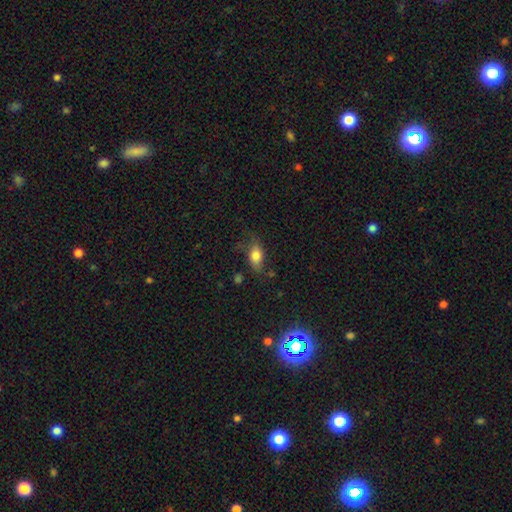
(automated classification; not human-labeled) A smooth galaxy with no disk features (73%) that is in between round and cigar-shaped (83%).

Vote fractions:
- Smooth or featured? smooth: 73% / featured or disk: 17% / star or artifact: 10%
- How rounded? in between: 83% / round: 10% / cigar-shaped: 7%
- Merging? none: 58% / minor disturbance: 27% / major disturbance: 12% / merger: 3%